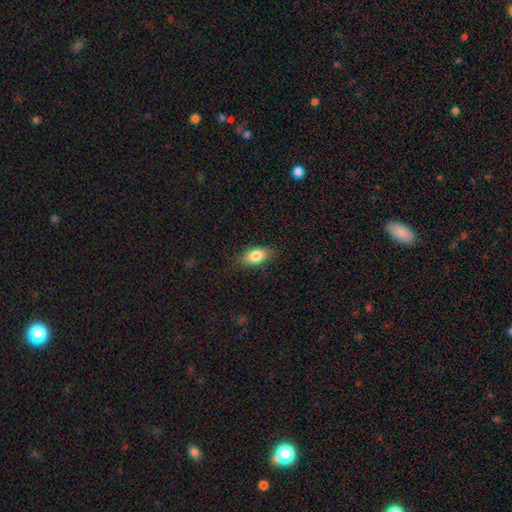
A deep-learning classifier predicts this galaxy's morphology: Q: Smooth or featured?
A: smooth (82%); runner-up: featured or disk (10%)
Q: How rounded?
A: in between (87%); runner-up: round (8%)
Q: Merging?
A: none (81%); runner-up: minor disturbance (14%)